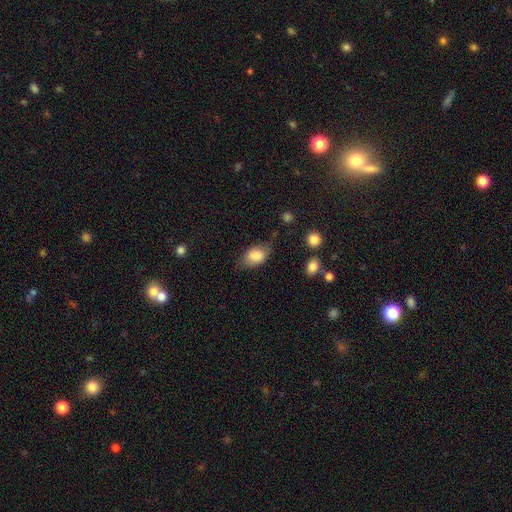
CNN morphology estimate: Q: Smooth or featured?
A: smooth (84%); runner-up: featured or disk (9%)
Q: How rounded?
A: in between (88%); runner-up: round (10%)
Q: Merging?
A: none (67%); runner-up: minor disturbance (23%)